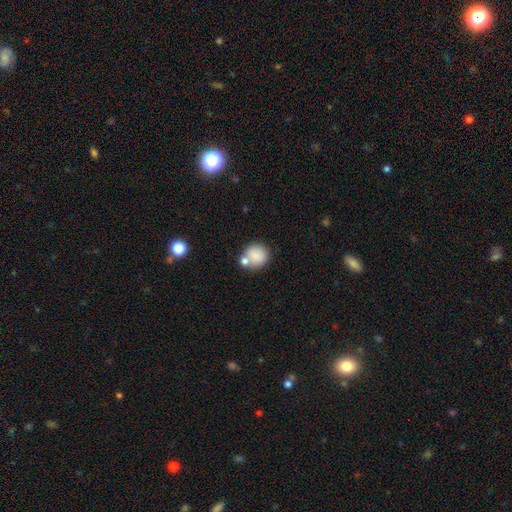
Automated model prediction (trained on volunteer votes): smooth_or_featured: smooth (p=0.81) [alt: featured or disk p=0.11]
how_rounded: round (p=0.88) [alt: in between p=0.11]
merging: none (p=0.58) [alt: merger p=0.26]